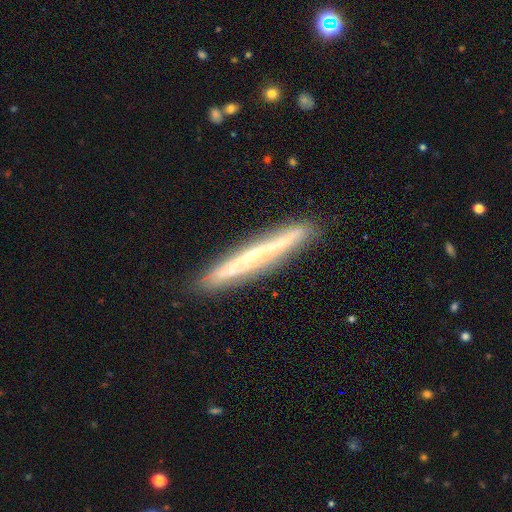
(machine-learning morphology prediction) Smooth or featured? featured or disk (72%)
Edge-on disk? yes (89%)
Edge-on bulge? rounded (54%)
Merging? none (87%)